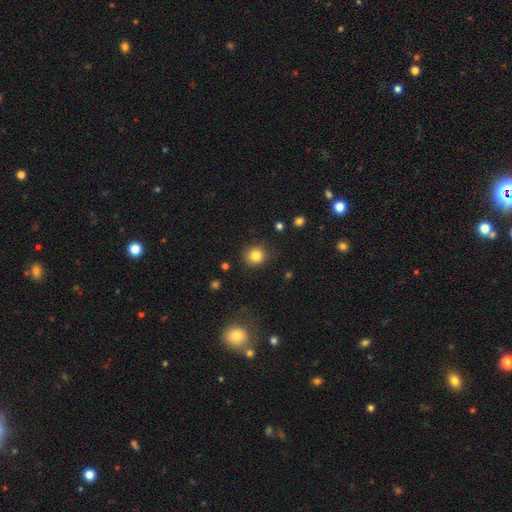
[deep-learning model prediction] smooth 83%, star or artifact 11%, featured or disk 6%. Down the decision tree: how rounded — round (89%); merging — none (87%).